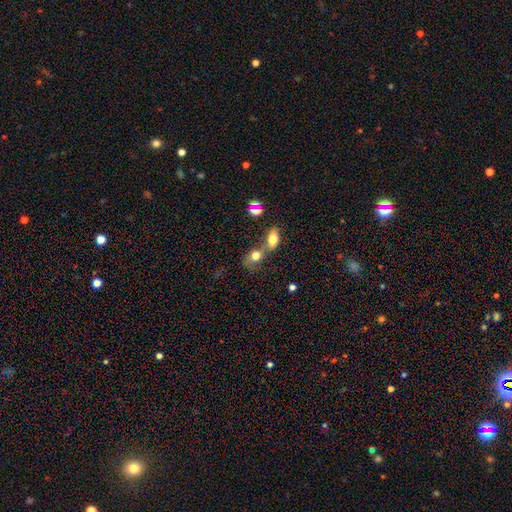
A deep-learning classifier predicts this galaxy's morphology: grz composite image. It shows a smooth galaxy with no disk features (71%) that is in between round and cigar-shaped (62%). Merging: merger (60%).